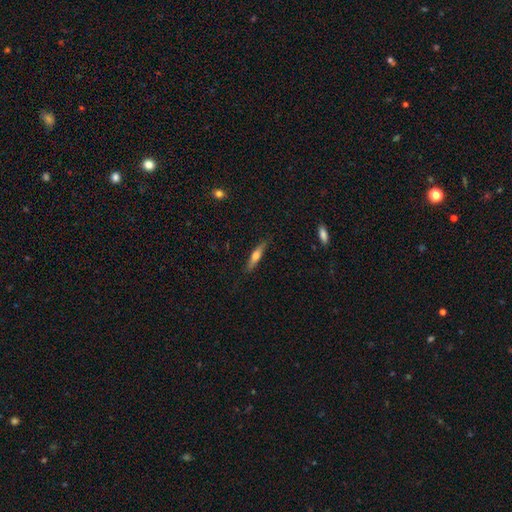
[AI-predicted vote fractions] Smooth or featured?
  - smooth: 51% *
  - featured or disk: 43%
  - star or artifact: 6%
How rounded?
  - cigar-shaped: 84% *
  - in between: 14%
  - round: 2%
Merging?
  - none: 84% *
  - minor disturbance: 12%
  - major disturbance: 2%
  - merger: 1%